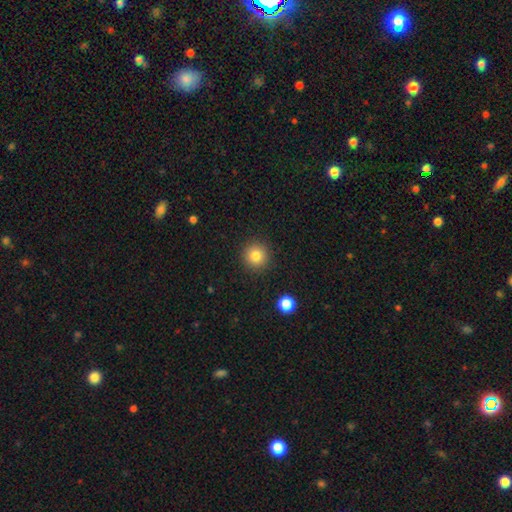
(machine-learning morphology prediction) The model was most divided on "smooth or featured": smooth: 82%, star or artifact: 11%, featured or disk: 7%. More confident: how rounded — round (95%); merging — none (91%).